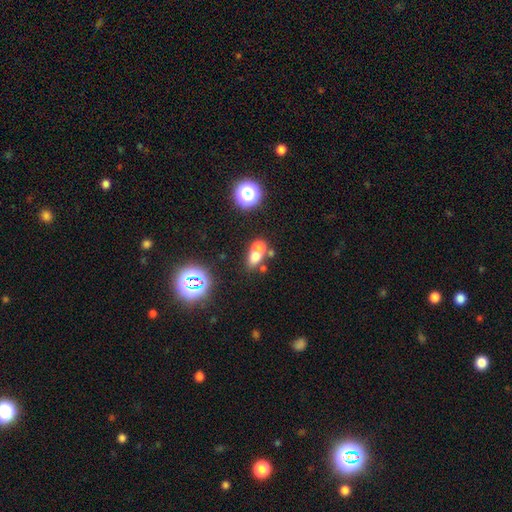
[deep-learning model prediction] Smooth or featured? Predicted: smooth (p=0.62). How rounded? Predicted: in between (p=0.57). Merging? Predicted: merger (p=0.58).